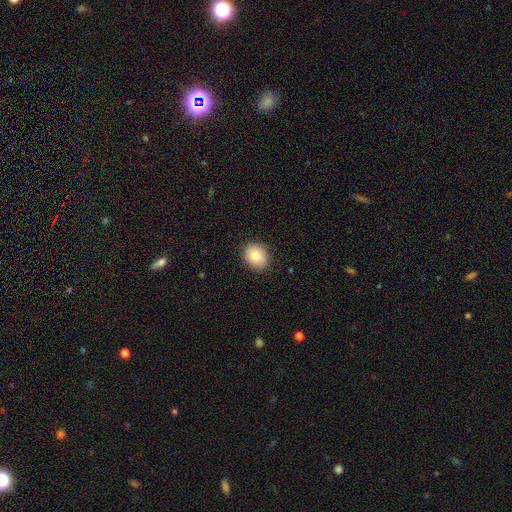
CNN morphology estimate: A smooth galaxy with no disk features (86%) that is round (51%). Merging: none (89%).